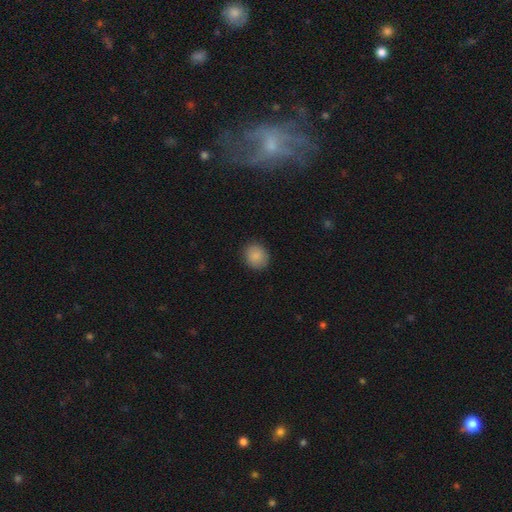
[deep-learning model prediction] A smooth galaxy with no disk features (88%) that is round (73%).

Vote fractions:
- Smooth or featured? smooth: 88% / star or artifact: 8% / featured or disk: 4%
- How rounded? round: 73% / in between: 26% / cigar-shaped: 1%
- Merging? none: 88% / minor disturbance: 9% / major disturbance: 2% / merger: 1%